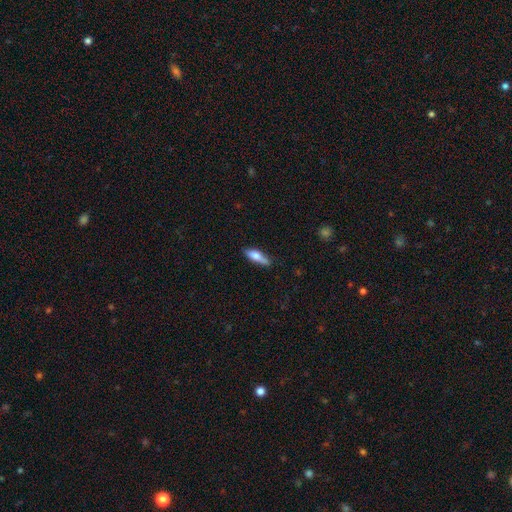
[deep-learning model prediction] Smooth or featured? smooth (70%)
How rounded? cigar-shaped (56%)
Merging? none (75%)